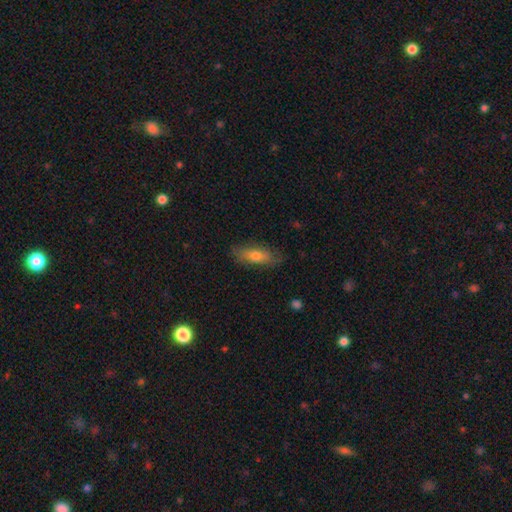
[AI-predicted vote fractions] Smooth or featured: smooth — 66% (featured or disk — 27%)
How rounded: in between — 67% (cigar-shaped — 30%)
Merging: none — 78% (minor disturbance — 17%)